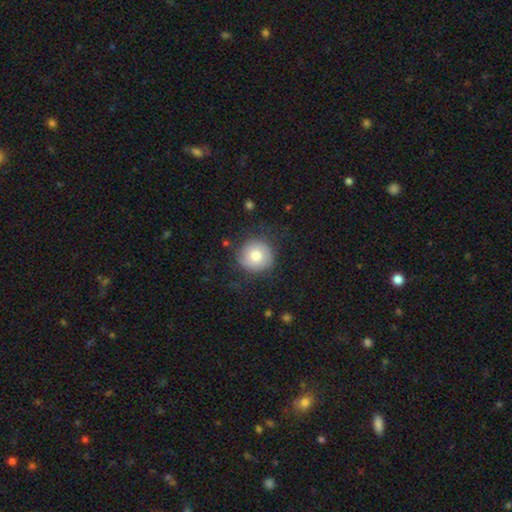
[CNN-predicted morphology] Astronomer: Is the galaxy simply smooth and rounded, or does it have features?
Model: smooth — 77%.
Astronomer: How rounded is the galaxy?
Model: round — 93%.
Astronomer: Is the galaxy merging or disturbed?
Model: none — 79%.